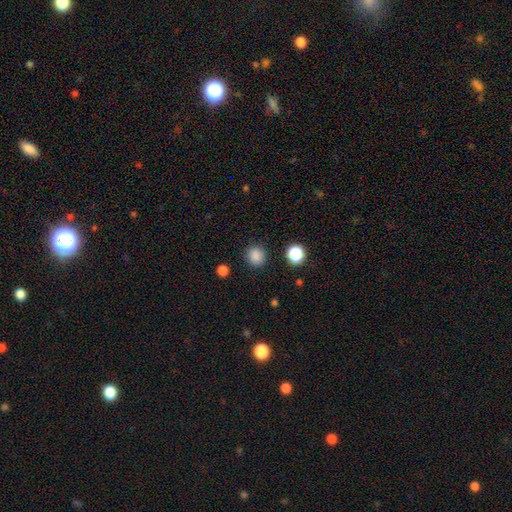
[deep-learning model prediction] Smooth or featured?
  - smooth: 86% *
  - star or artifact: 11%
  - featured or disk: 3%
How rounded?
  - round: 91% *
  - in between: 8%
  - cigar-shaped: 1%
Merging?
  - none: 89% *
  - minor disturbance: 7%
  - major disturbance: 3%
  - merger: 2%